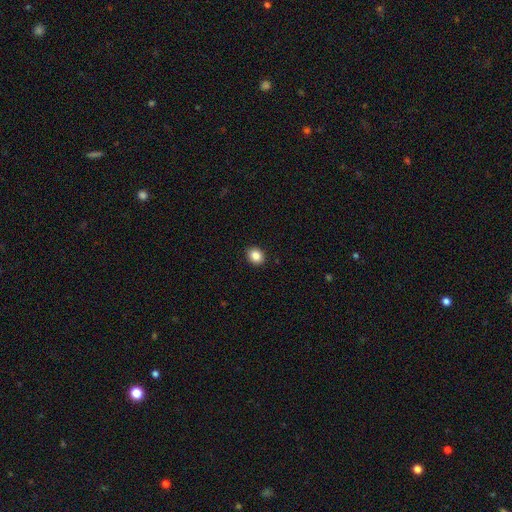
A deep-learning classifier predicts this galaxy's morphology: This appears to be a smooth galaxy with no disk features (86%) that is round (65%). Merging: none (92%).